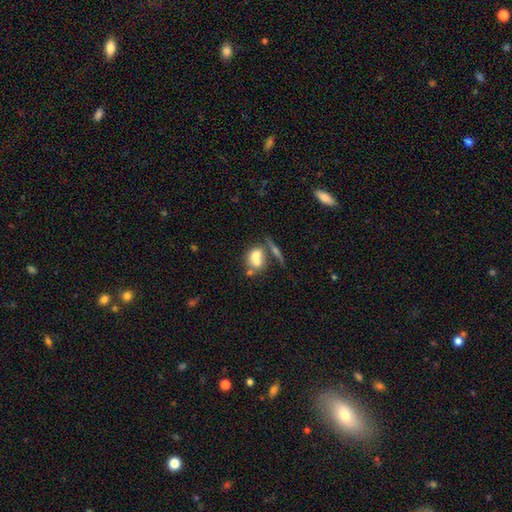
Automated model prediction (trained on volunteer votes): This is likely a smooth galaxy (65%). How rounded: possibly in between (50%). Merging: possibly merger (50%).